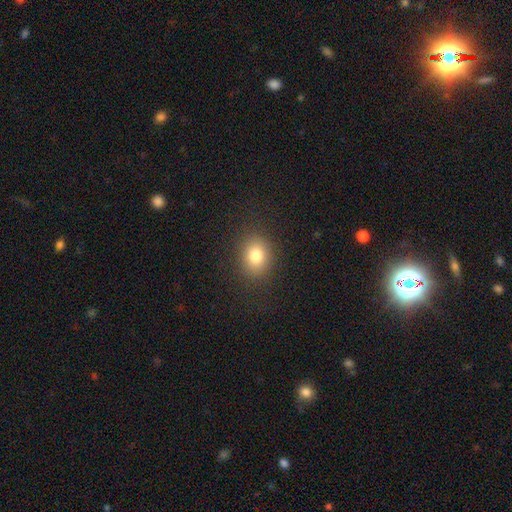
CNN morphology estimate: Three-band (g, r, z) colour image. It shows a smooth galaxy with no disk features (80%) that is round (57%). Merging: none (88%).